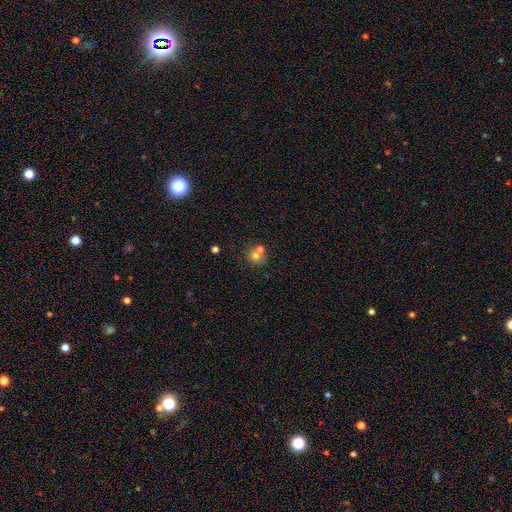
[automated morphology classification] A smooth galaxy with no disk features (69%) that is round (82%).

Vote fractions:
- Smooth or featured? smooth: 69% / featured or disk: 18% / star or artifact: 14%
- How rounded? round: 82% / in between: 17% / cigar-shaped: 1%
- Merging? merger: 45% / none: 43% / minor disturbance: 8% / major disturbance: 4%